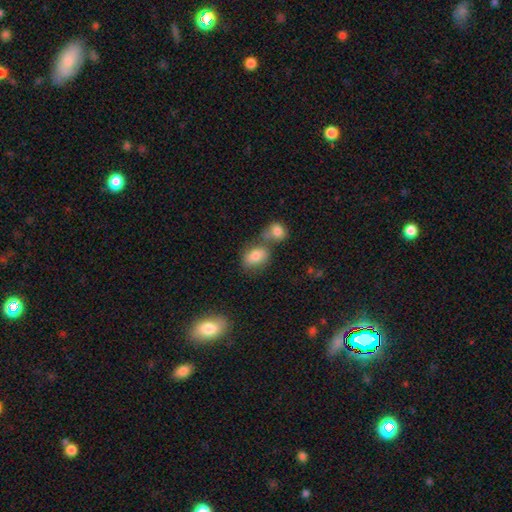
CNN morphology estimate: smooth-or-featured: smooth: 80% | featured or disk: 11% | star or artifact: 9%
  how-rounded: in between: 77% | round: 21% | cigar-shaped: 1%
  merging: none: 44% | merger: 37% | minor disturbance: 14% | major disturbance: 5%